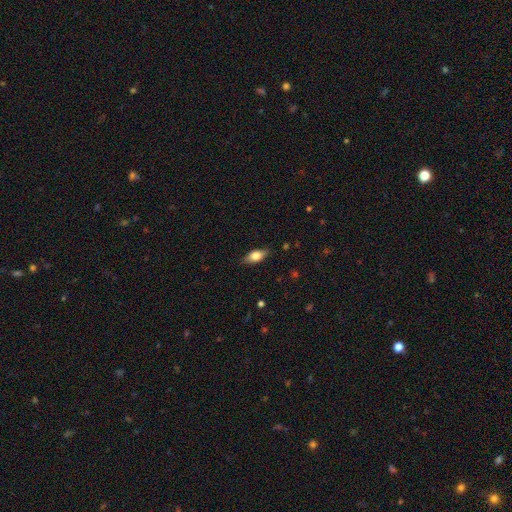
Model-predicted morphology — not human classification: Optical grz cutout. It shows a smooth galaxy with no disk features (70%) that is in between round and cigar-shaped (81%). Merging: none (83%).